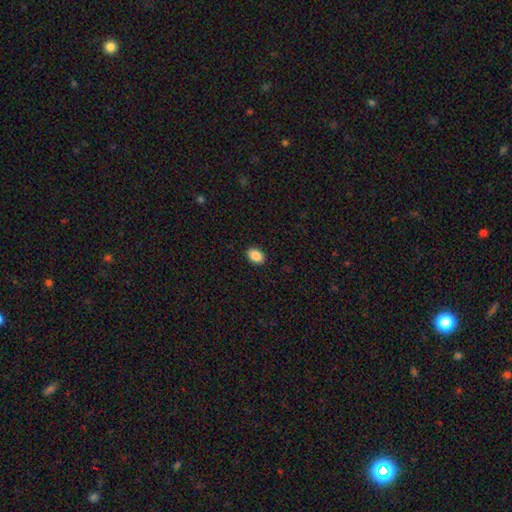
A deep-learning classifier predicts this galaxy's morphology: Q: Smooth or featured?
A: smooth (89%); runner-up: star or artifact (8%)
Q: How rounded?
A: in between (83%); runner-up: round (16%)
Q: Merging?
A: none (90%); runner-up: minor disturbance (7%)